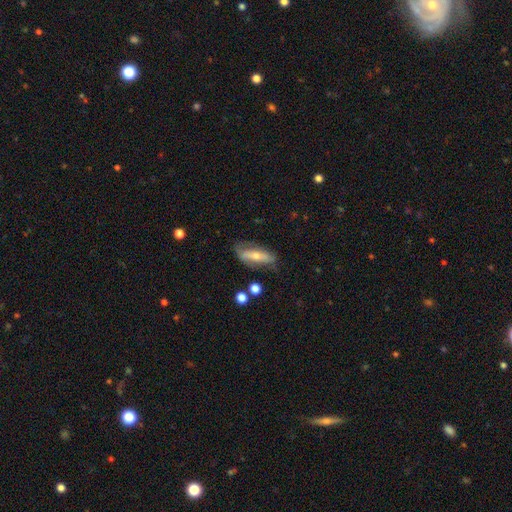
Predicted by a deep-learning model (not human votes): The model was most divided on "smooth or featured": featured or disk: 56%, smooth: 36%, star or artifact: 8%. More confident: edge-on disk — no (66%); merging — none (64%).